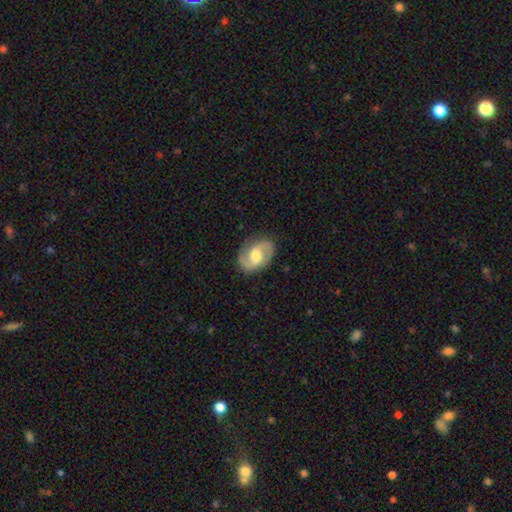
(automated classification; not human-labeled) Overall: featured or disk (81%). Edge-on disk: no (97%). Bar: weak (51%; no 33%). Spiral arms: yes (93%). Spiral arm count: 2 (92%). Spiral winding: medium (53%; loose 28%). Bulge size: moderate (64%). Merging: none (84%).